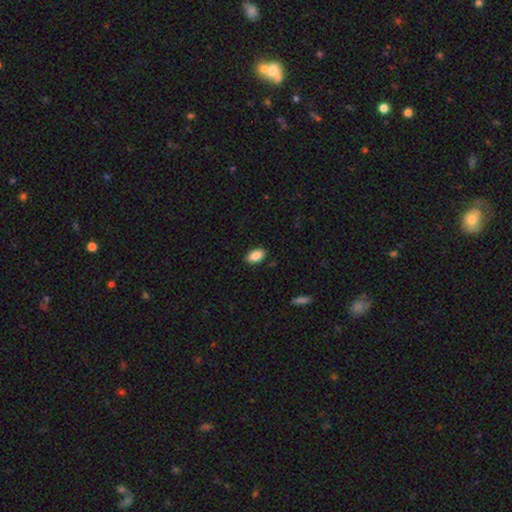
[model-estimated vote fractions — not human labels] Morphology: type=smooth (89%); roundness=in between (93%); merging=none (88%).